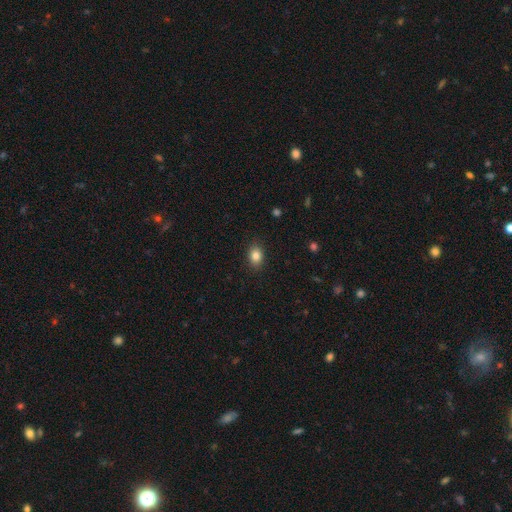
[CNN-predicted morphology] Smooth or featured?
  - smooth: 84% *
  - star or artifact: 10%
  - featured or disk: 6%
How rounded?
  - in between: 66% *
  - round: 33%
  - cigar-shaped: 1%
Merging?
  - none: 88% *
  - minor disturbance: 9%
  - major disturbance: 2%
  - merger: 1%